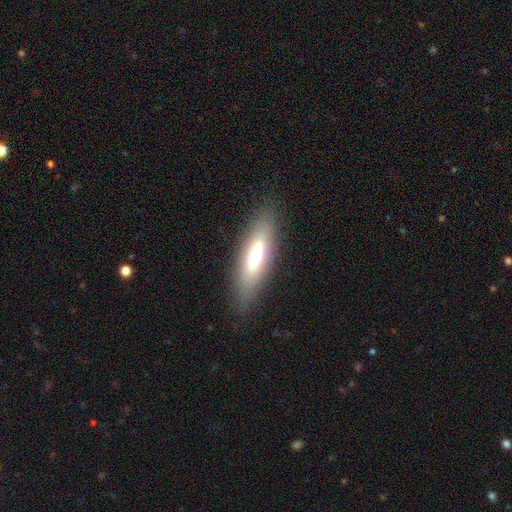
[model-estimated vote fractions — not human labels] smooth 59%, featured or disk 33%, star or artifact 8%. Down the decision tree: how rounded — cigar-shaped (58%); merging — none (82%).